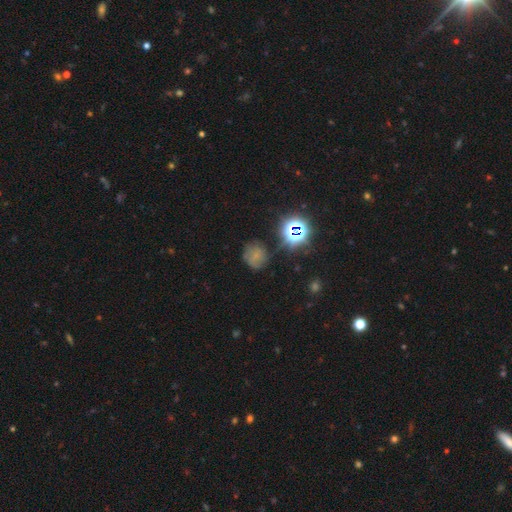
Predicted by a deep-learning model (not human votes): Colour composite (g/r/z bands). It shows a smooth galaxy with no disk features (52%) that is round (76%). Merging: none (63%).